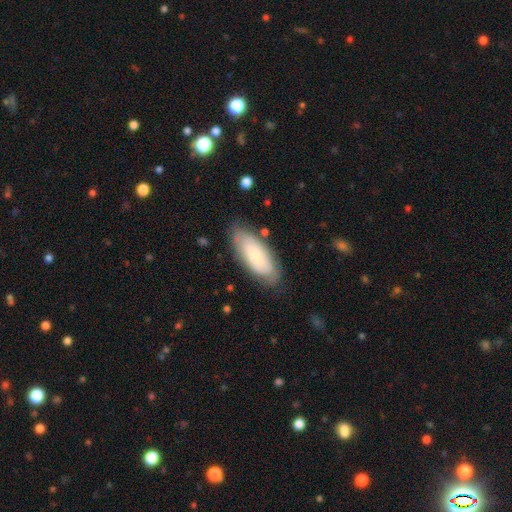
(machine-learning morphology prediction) The model was most divided on "smooth or featured": smooth: 62%, featured or disk: 32%, star or artifact: 6%. More confident: how rounded — in between (82%); merging — none (76%).